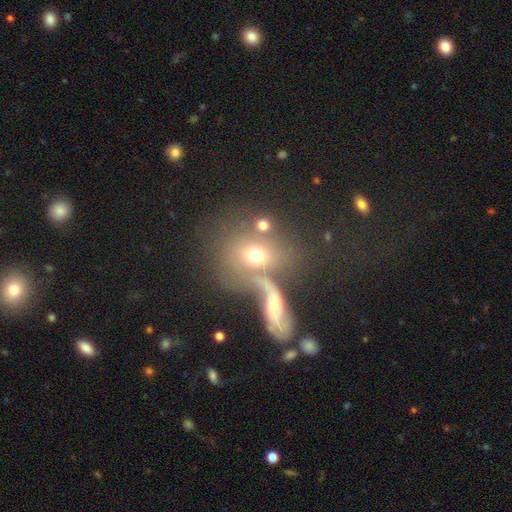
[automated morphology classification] The model was most divided on "how rounded": round: 56%, in between: 41%, cigar-shaped: 3%. Remaining: smooth or featured — smooth (58%); merging — merger (46%).